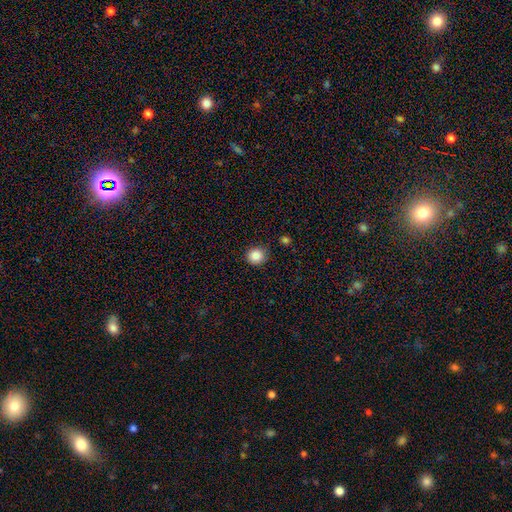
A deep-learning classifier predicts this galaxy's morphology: Smooth or featured? smooth (86%)
How rounded? round (90%)
Merging? none (85%)